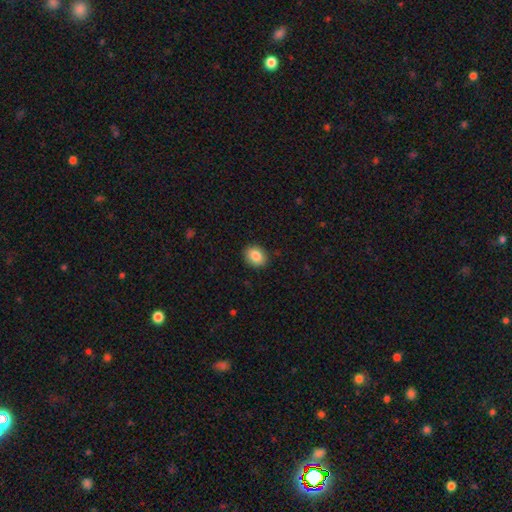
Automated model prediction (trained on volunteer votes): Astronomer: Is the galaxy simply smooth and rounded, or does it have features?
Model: smooth — 86%.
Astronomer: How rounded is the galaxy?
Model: round — 52% (runner-up: in between, 47%).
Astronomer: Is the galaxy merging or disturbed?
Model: none — 90%.